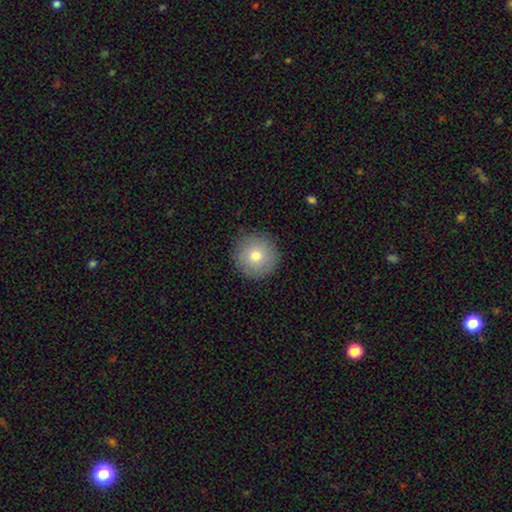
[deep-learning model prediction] smooth_or_featured: smooth (p=0.77) [alt: featured or disk p=0.14]
how_rounded: round (p=0.96) [alt: in between p=0.03]
merging: none (p=0.90) [alt: minor disturbance p=0.07]